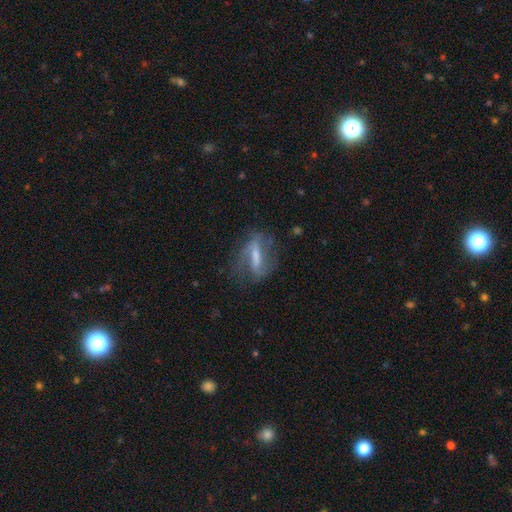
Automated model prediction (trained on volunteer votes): This appears to be a featured or disk galaxy (70%) with a strong bar (56%), spiral arms (79%) and a small central bulge (35%). Merging: none (61%).